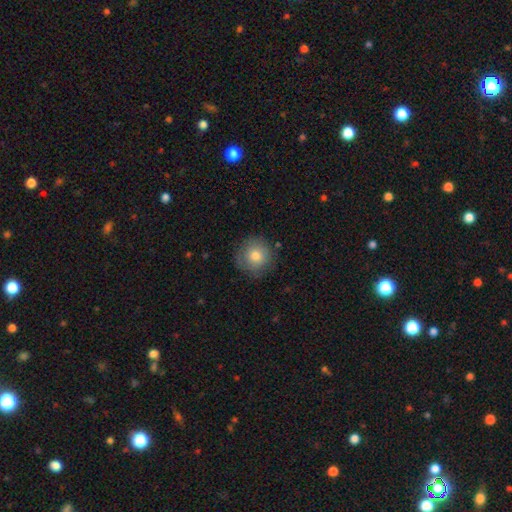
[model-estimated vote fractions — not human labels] smooth_or_featured: smooth (p=0.79) [alt: featured or disk p=0.12]
how_rounded: round (p=0.93) [alt: in between p=0.06]
merging: none (p=0.84) [alt: minor disturbance p=0.11]